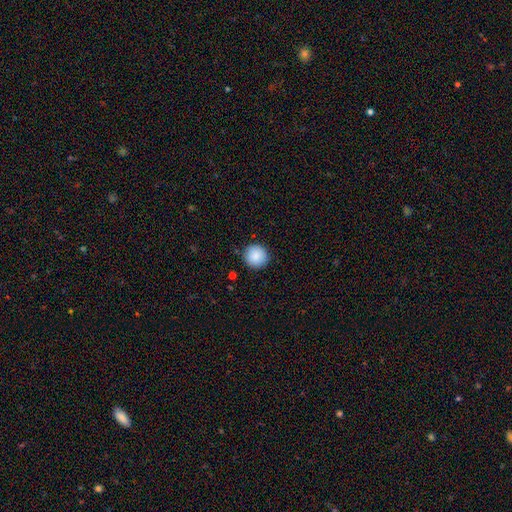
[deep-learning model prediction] A smooth galaxy with no disk features (89%) that is round (95%).

Vote fractions:
- Smooth or featured? smooth: 89% / star or artifact: 8% / featured or disk: 4%
- How rounded? round: 95% / in between: 4% / cigar-shaped: 1%
- Merging? none: 90% / minor disturbance: 7% / major disturbance: 2% / merger: 1%